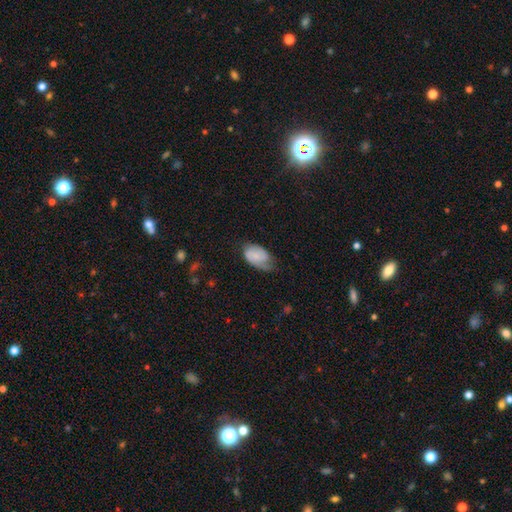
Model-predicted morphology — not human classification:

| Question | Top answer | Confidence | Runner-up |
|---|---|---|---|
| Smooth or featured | smooth | 57% | featured or disk (37%) |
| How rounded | in between | 91% | round (8%) |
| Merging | none | 40% | minor disturbance (39%) |